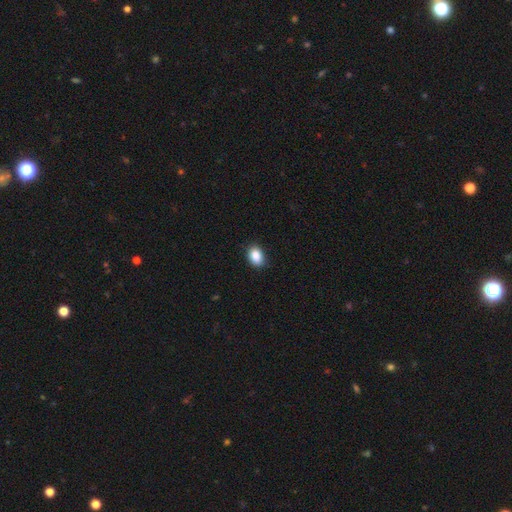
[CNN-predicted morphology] This is clearly a smooth galaxy (88%). How rounded: likely in between (78%). Merging: clearly none (84%).